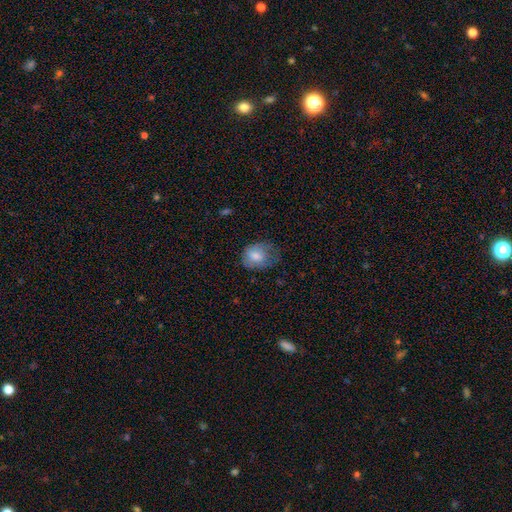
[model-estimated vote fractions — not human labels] smooth-or-featured: smooth: 76% | featured or disk: 17% | star or artifact: 8%
  how-rounded: in between: 54% | round: 45% | cigar-shaped: 1%
  merging: none: 44% | minor disturbance: 34% | major disturbance: 20% | merger: 1%